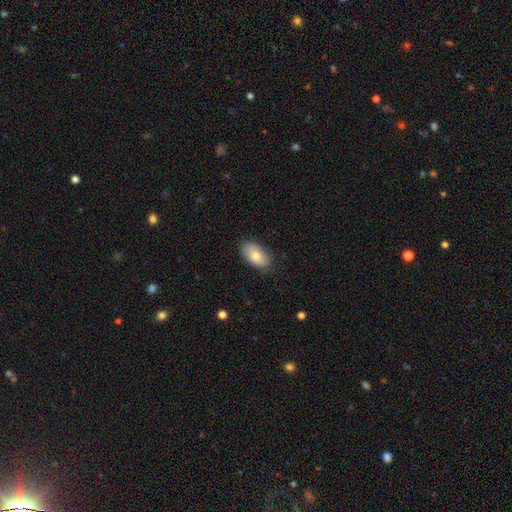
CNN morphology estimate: smooth 80%, featured or disk 14%, star or artifact 6%. Down the decision tree: how rounded — in between (94%); merging — none (83%).